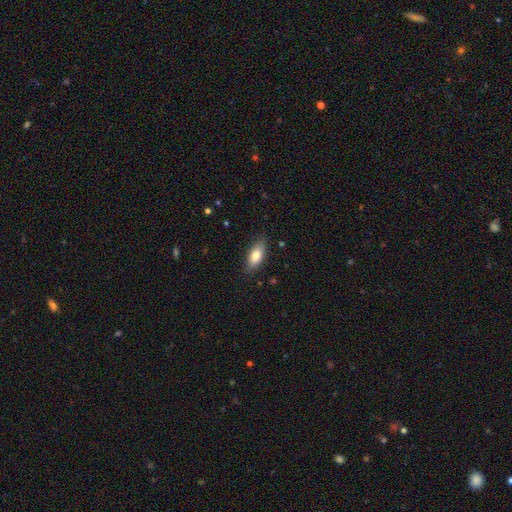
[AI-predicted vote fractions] Smooth or featured: smooth — 79% (featured or disk — 14%)
How rounded: in between — 83% (cigar-shaped — 14%)
Merging: none — 83% (minor disturbance — 13%)